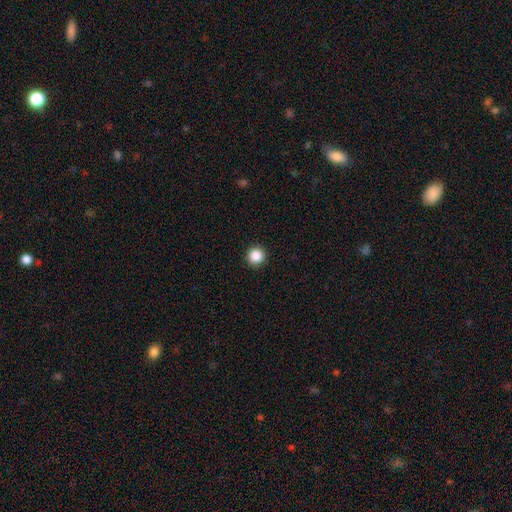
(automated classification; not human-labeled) The model was most divided on "smooth or featured": smooth: 87%, star or artifact: 10%, featured or disk: 3%. More confident: how rounded — round (96%); merging — none (93%).